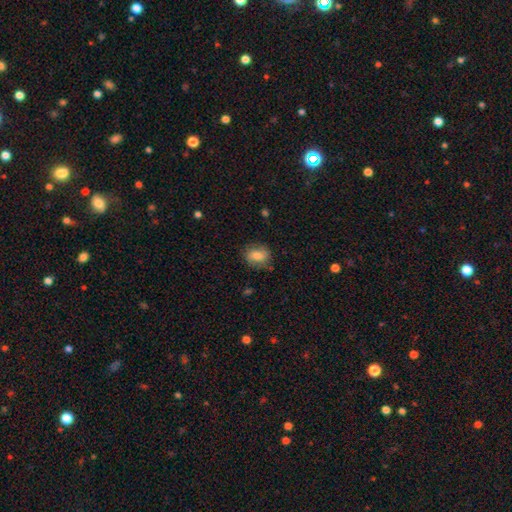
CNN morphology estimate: This is likely a smooth galaxy (76%). How rounded: possibly round (52%). Merging: likely none (79%).